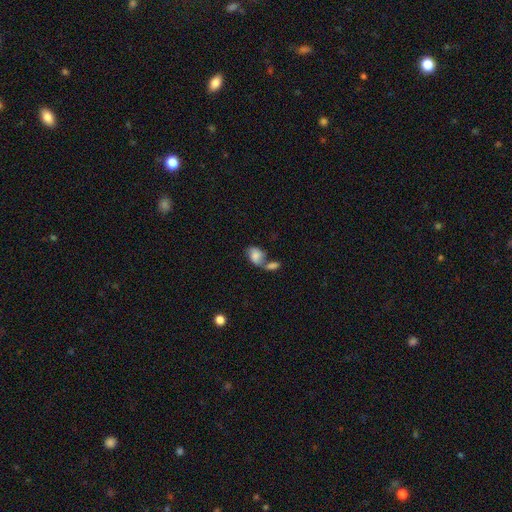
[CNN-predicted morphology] This appears to be a smooth galaxy with no disk features (72%) that is in between round and cigar-shaped (82%). Merging: merger (57%).